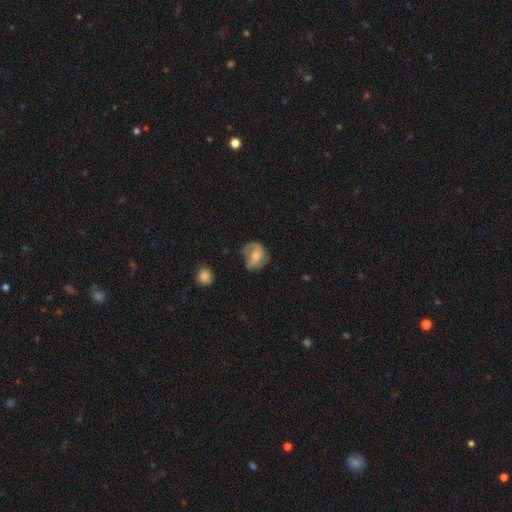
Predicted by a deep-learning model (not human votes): A smooth galaxy with no disk features (50%). Merging: none (48%).